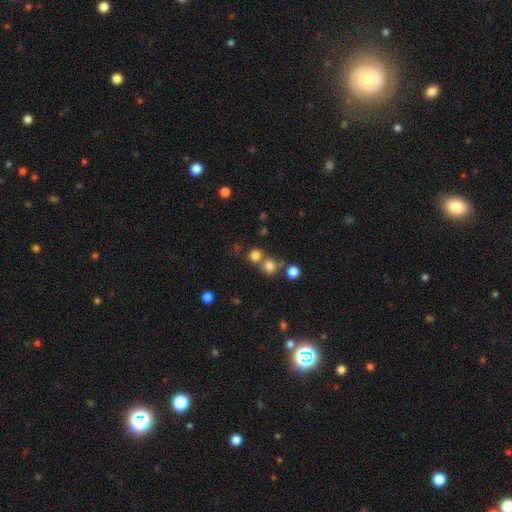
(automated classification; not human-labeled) Smooth or featured: smooth — 77% (star or artifact — 16%)
How rounded: round — 89% (in between — 10%)
Merging: none — 58% (merger — 31%)